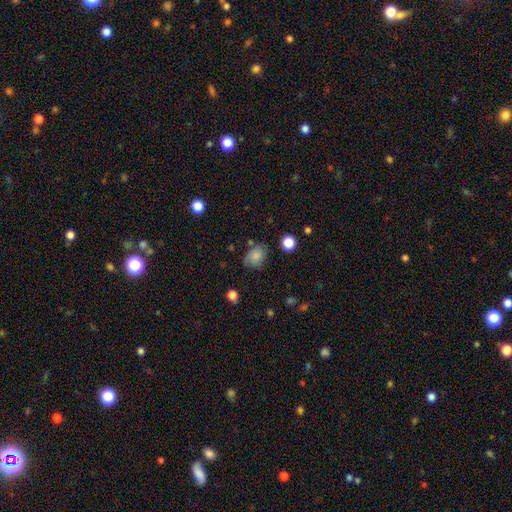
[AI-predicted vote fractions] smooth 77%, featured or disk 13%, star or artifact 10%. Down the decision tree: how rounded — in between (67%); merging — none (67%).